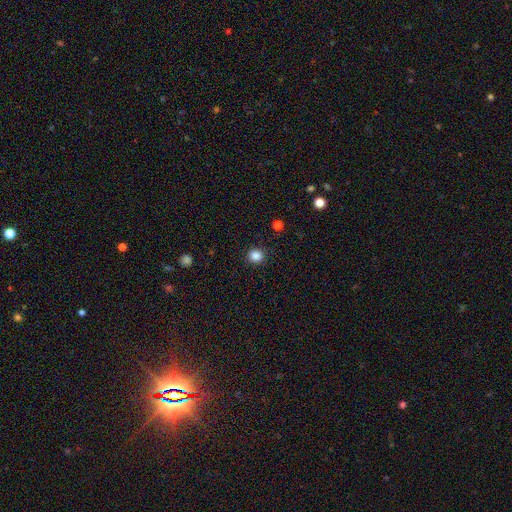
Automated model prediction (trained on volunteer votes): A smooth galaxy with no disk features (85%) that is round (87%). Merging: none (90%).